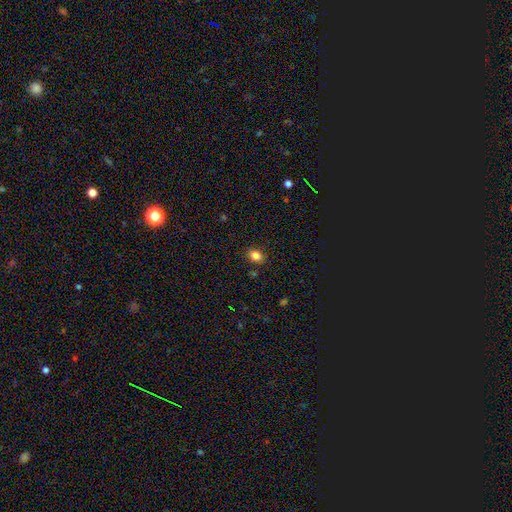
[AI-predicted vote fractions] This is clearly a smooth galaxy (83%). How rounded: likely in between (64%). Merging: clearly none (86%).